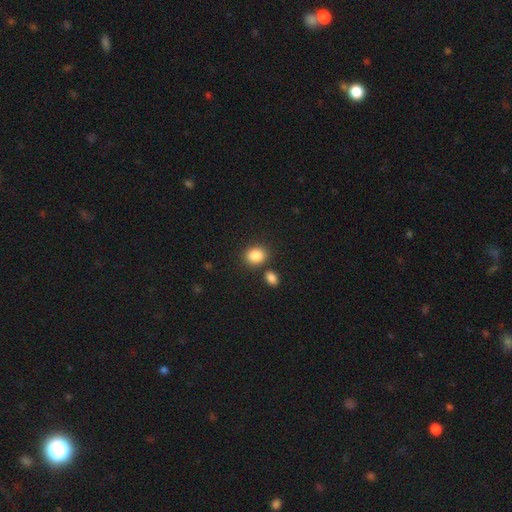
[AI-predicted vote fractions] This is clearly a smooth galaxy (87%). How rounded: possibly round (58%). Merging: likely none (74%).